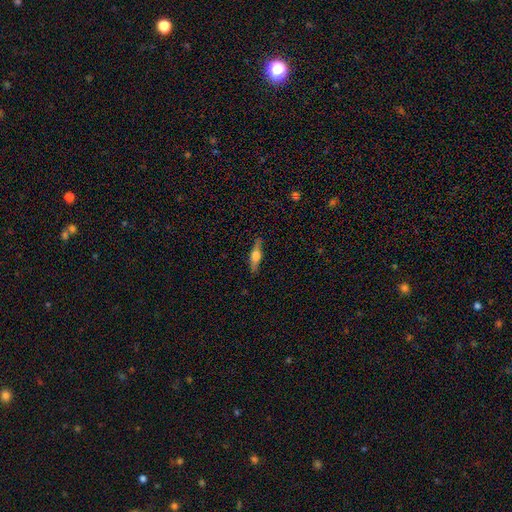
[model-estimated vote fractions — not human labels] featured or disk 65%, smooth 29%, star or artifact 6%. Down the decision tree: edge-on disk — yes (96%); edge-on bulge — rounded (93%); merging — none (88%).